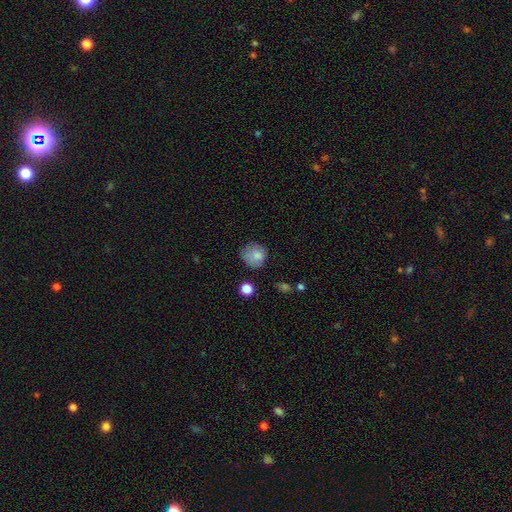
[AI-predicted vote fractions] A smooth galaxy with no disk features (80%) that is round (83%).

Vote fractions:
- Smooth or featured? smooth: 80% / featured or disk: 11% / star or artifact: 9%
- How rounded? round: 83% / in between: 16% / cigar-shaped: 1%
- Merging? none: 65% / minor disturbance: 24% / major disturbance: 8% / merger: 3%